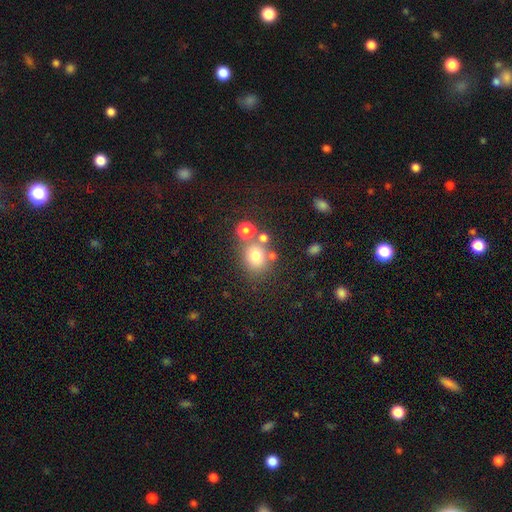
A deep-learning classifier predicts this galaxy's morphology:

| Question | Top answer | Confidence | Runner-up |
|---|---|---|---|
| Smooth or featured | smooth | 74% | star or artifact (15%) |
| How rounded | round | 70% | in between (29%) |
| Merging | none | 63% | merger (19%) |